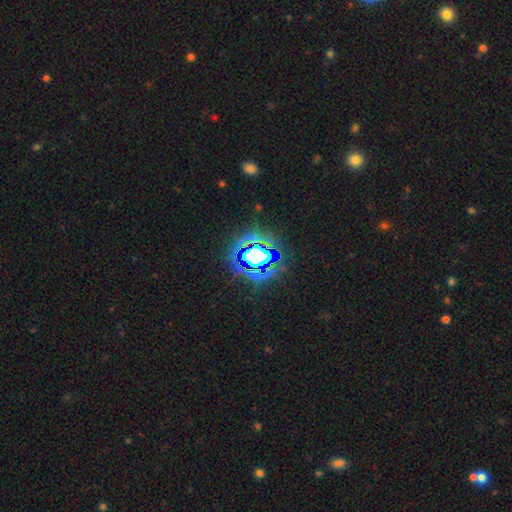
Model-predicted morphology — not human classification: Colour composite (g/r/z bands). It shows a star or artifact, not a galaxy (69%).